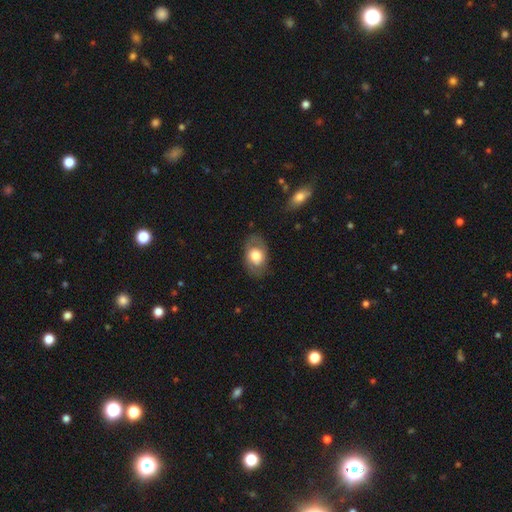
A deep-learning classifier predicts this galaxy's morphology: This is possibly a smooth galaxy (57%). How rounded: clearly in between (84%). Merging: likely none (76%).